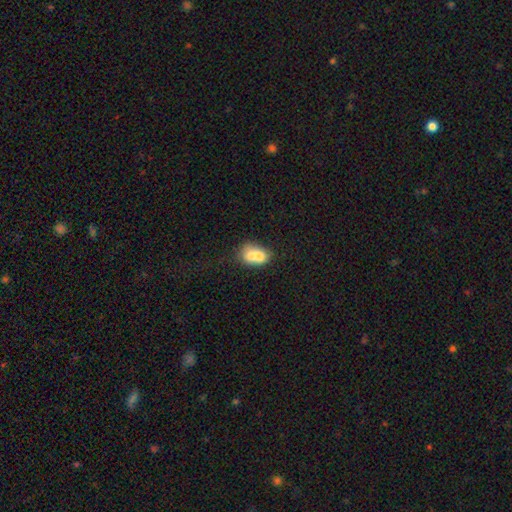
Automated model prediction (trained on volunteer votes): Overall: smooth (68%). How rounded: in between (61%; round 38%). Merging: merger (66%).